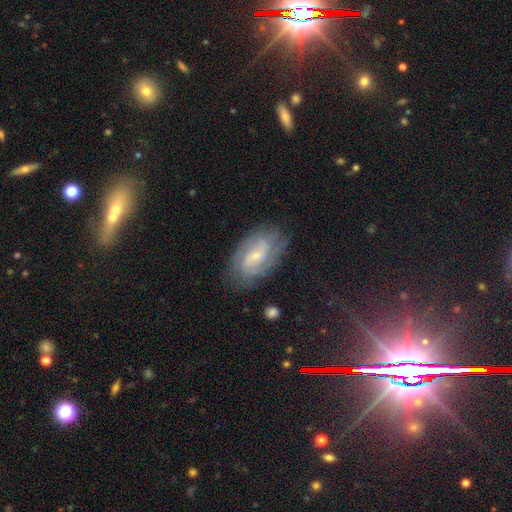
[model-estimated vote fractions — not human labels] Q: Smooth or featured?
A: featured or disk (79%); runner-up: smooth (14%)
Q: Edge-on disk?
A: no (96%); runner-up: yes (4%)
Q: Bar?
A: weak (50%); runner-up: no (37%)
Q: Spiral arms?
A: yes (93%); runner-up: no (7%)
Q: Spiral winding?
A: medium (41%); tied with: tight (41%)
Q: Spiral arm count?
A: 2 (52%); runner-up: can't tell (26%)
Q: Bulge size?
A: small (73%); runner-up: moderate (22%)
Q: Merging?
A: none (76%); runner-up: minor disturbance (17%)